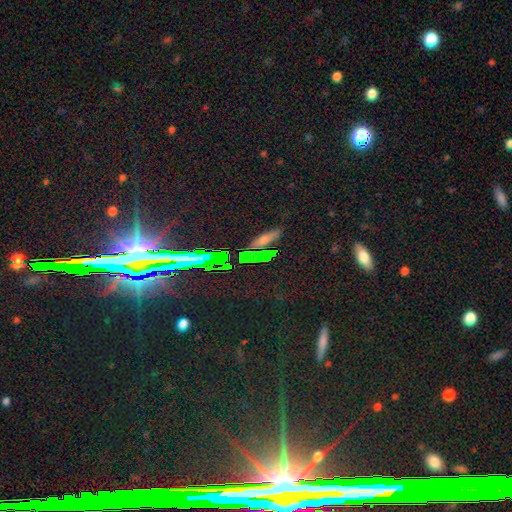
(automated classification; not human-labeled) Smooth or featured? Predicted: star or artifact (p=0.75).